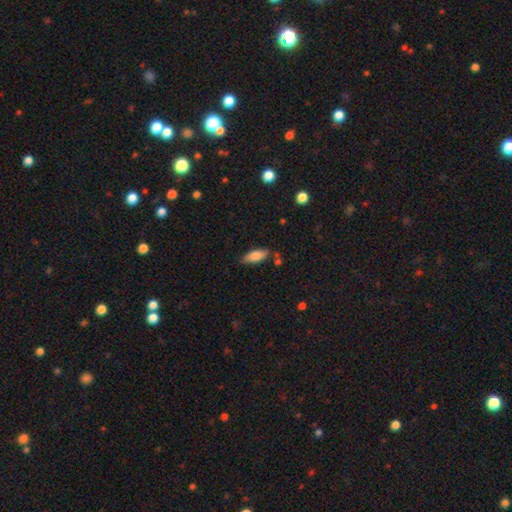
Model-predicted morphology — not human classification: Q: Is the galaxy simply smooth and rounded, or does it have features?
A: smooth — 77%.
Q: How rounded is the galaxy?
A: in between — 74%.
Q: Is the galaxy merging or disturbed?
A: none — 74%.